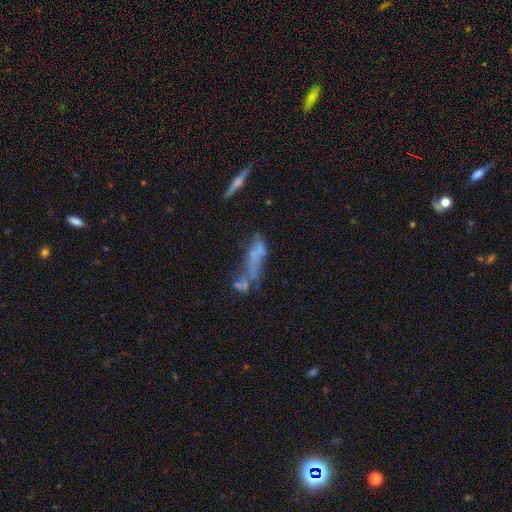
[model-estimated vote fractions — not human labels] This appears to be a featured or disk galaxy (42%, tied with smooth). Merging: merger (33%).